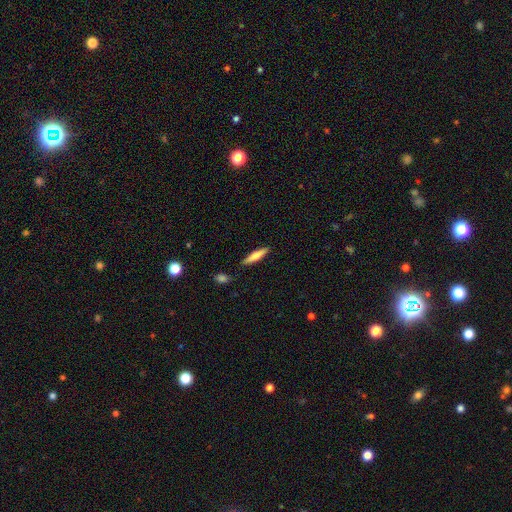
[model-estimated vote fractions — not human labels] Morphology: type=smooth (65%); roundness=cigar-shaped (82%); merging=none (87%).